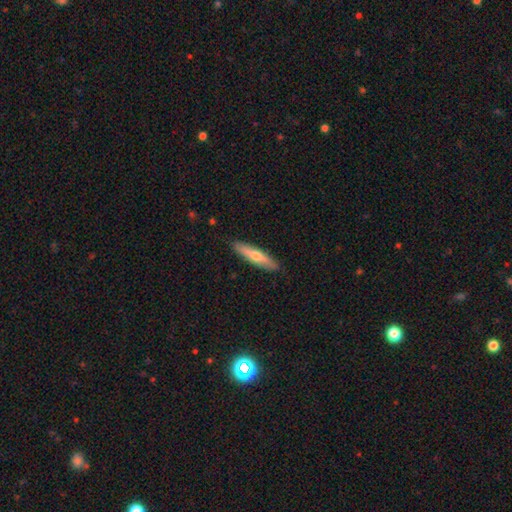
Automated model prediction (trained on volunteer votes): A smooth galaxy with no disk features (56%) that is cigar-shaped (82%).

Vote fractions:
- Smooth or featured? smooth: 56% / featured or disk: 39% / star or artifact: 6%
- How rounded? cigar-shaped: 82% / in between: 17% / round: 2%
- Merging? none: 88% / minor disturbance: 9% / major disturbance: 2% / merger: 1%